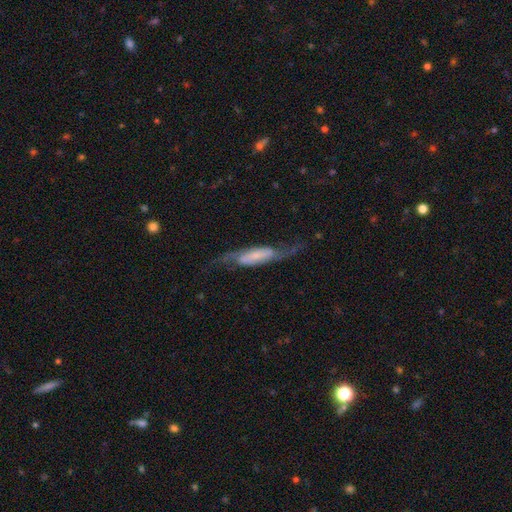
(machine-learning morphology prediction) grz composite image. It shows a featured or disk galaxy (78%) with a strong bar (37%), 2 (91%) loose (58%) spiral arms (94%) and a small central bulge (49%). Merging: none (66%).